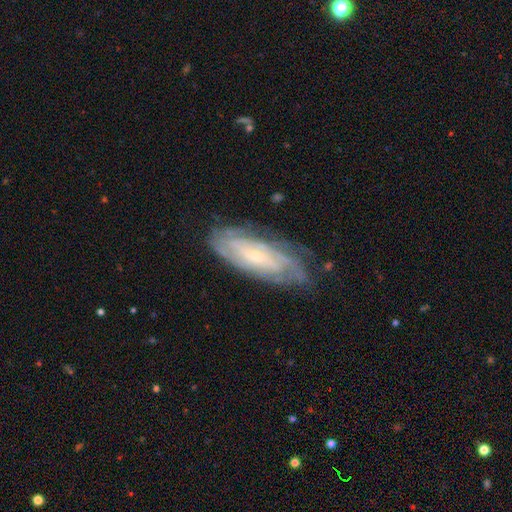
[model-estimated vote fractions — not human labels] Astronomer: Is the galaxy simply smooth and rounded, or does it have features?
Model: featured or disk — 78%.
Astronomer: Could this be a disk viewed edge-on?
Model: no — 87%.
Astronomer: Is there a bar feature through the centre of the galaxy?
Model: no — 64%.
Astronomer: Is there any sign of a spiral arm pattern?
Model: yes — 91%.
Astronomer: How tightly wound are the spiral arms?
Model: tight — 74%.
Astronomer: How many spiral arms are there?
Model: can't tell — 55%.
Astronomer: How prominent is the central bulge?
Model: small — 72%.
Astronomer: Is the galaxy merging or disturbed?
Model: none — 73%.